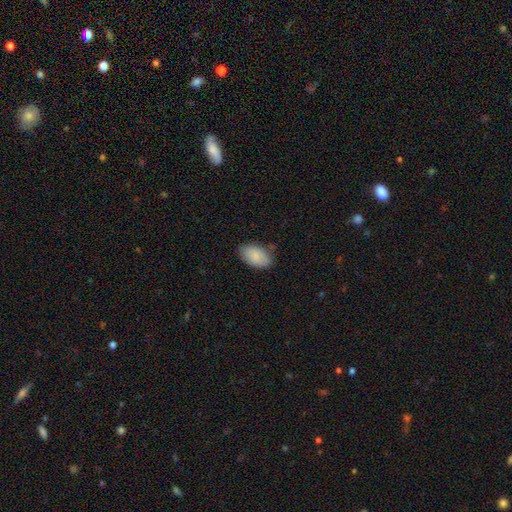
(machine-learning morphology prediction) Overall: smooth (86%). How rounded: in between (94%). Merging: none (77%).